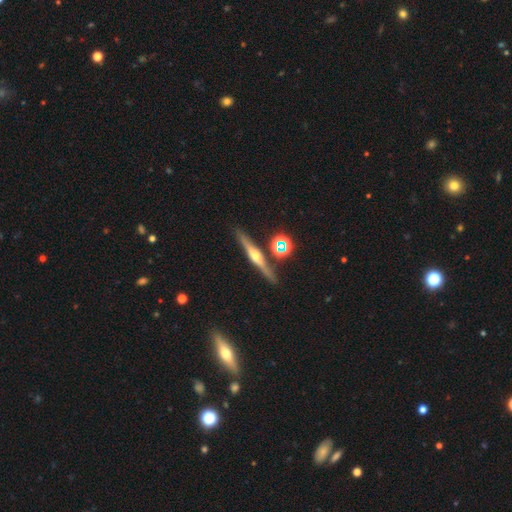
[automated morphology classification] smooth_or_featured: featured or disk (p=0.73) [alt: smooth p=0.17]
disk_edge_on: yes (p=0.96) [alt: no p=0.04]
edge_on_bulge: rounded (p=0.91) [alt: none p=0.04]
merging: none (p=0.85) [alt: minor disturbance p=0.08]